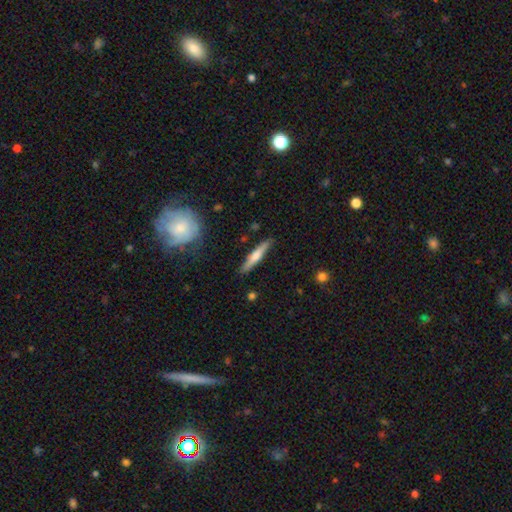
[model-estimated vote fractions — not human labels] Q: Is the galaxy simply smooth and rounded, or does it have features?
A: smooth — 52%.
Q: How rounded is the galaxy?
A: cigar-shaped — 90%.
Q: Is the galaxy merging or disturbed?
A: none — 87%.